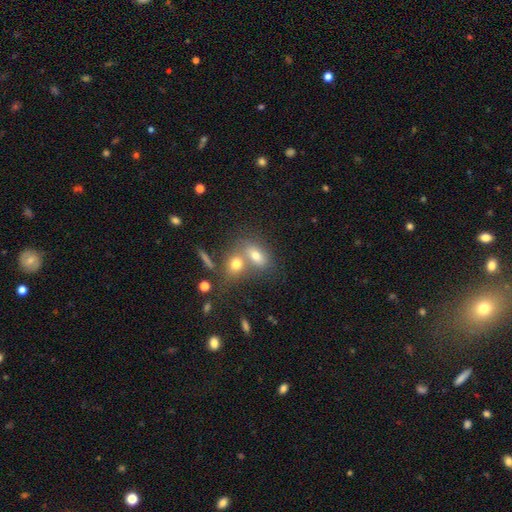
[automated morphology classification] Q: Smooth or featured?
A: smooth (70%); runner-up: featured or disk (18%)
Q: How rounded?
A: in between (73%); runner-up: round (22%)
Q: Merging?
A: merger (51%); runner-up: none (36%)